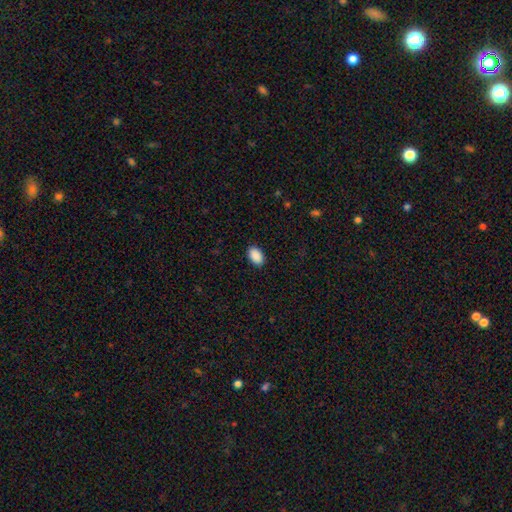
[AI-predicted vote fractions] smooth 91%, star or artifact 7%, featured or disk 2%. Down the decision tree: how rounded — in between (91%); merging — none (89%).